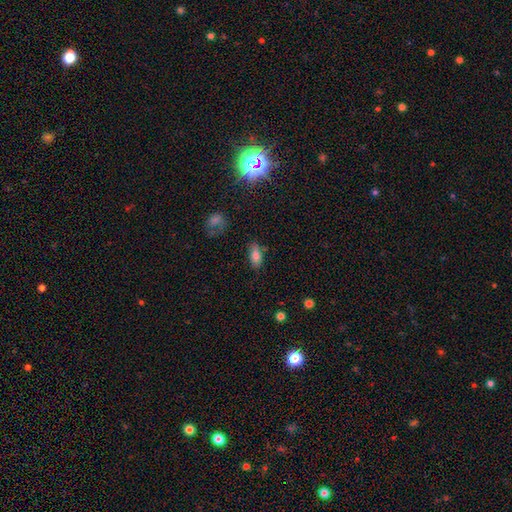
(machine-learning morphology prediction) A smooth galaxy with no disk features (81%) that is in between round and cigar-shaped (86%). Merging: none (74%).